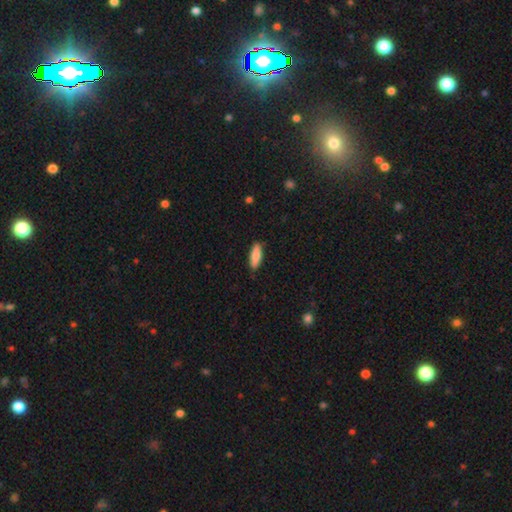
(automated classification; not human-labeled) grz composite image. It shows a smooth galaxy with no disk features (85%) that is in between round and cigar-shaped (56%). Merging: none (87%).